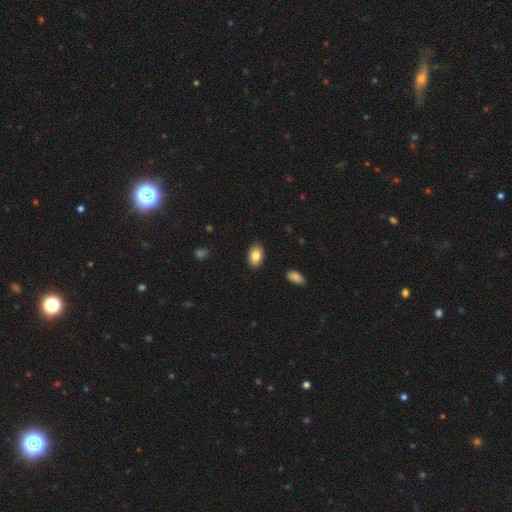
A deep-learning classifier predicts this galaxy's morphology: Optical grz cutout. It shows a smooth galaxy with no disk features (85%) that is in between round and cigar-shaped (92%). Merging: none (88%).